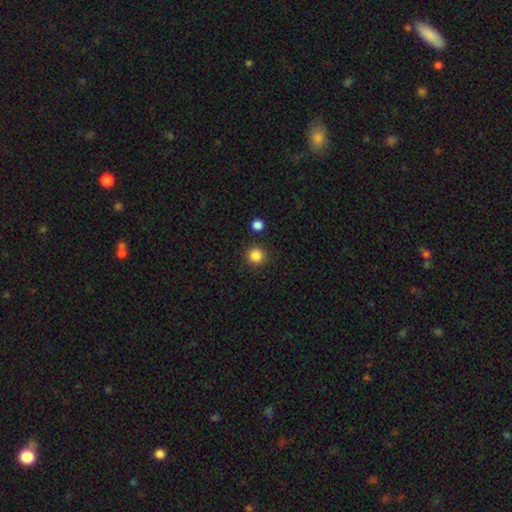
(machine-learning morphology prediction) Smooth or featured? smooth (85%)
How rounded? round (94%)
Merging? none (89%)